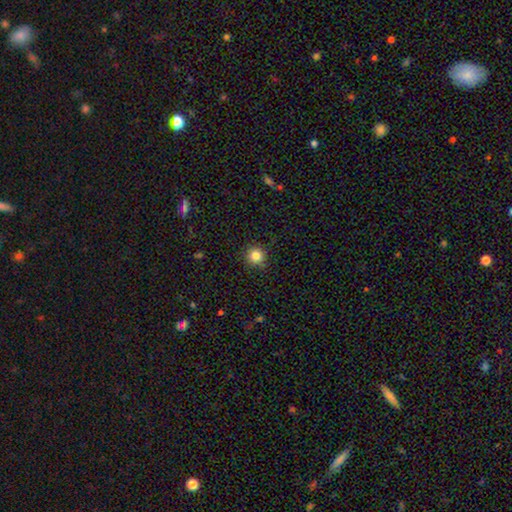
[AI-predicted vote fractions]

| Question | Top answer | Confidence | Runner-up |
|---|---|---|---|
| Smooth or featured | smooth | 84% | star or artifact (11%) |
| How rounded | round | 94% | in between (5%) |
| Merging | none | 89% | minor disturbance (7%) |